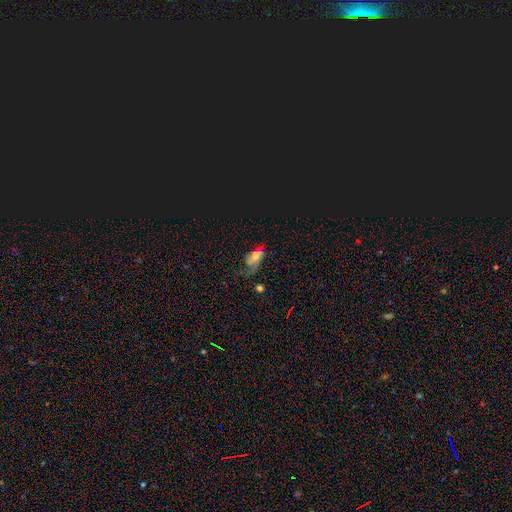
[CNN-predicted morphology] A featured or disk galaxy (36%, tied with smooth).

Vote fractions:
- Smooth or featured? featured or disk: 36% (tied) / smooth: 36% (tied) / star or artifact: 29%
- Merging? major disturbance: 36% / none: 35% / minor disturbance: 22% / merger: 7%